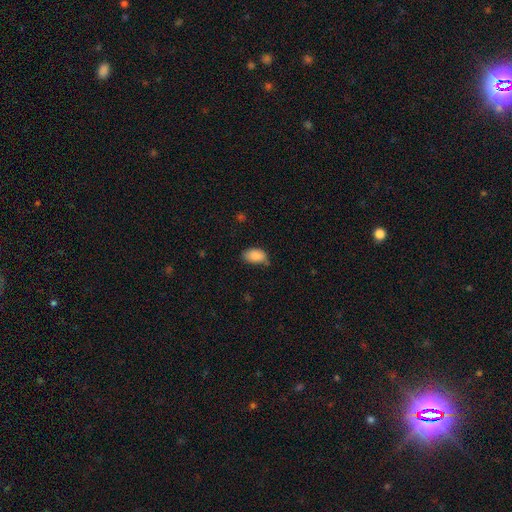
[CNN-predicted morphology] Smooth or featured? Predicted: smooth (p=0.88). How rounded? Predicted: in between (p=0.92). Merging? Predicted: none (p=0.61).